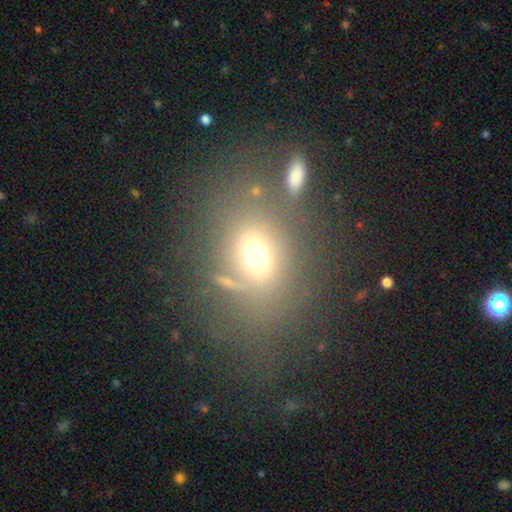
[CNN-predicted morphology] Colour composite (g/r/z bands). It shows a smooth galaxy with no disk features (57%) that is in between round and cigar-shaped (58%). Merging: none (58%).